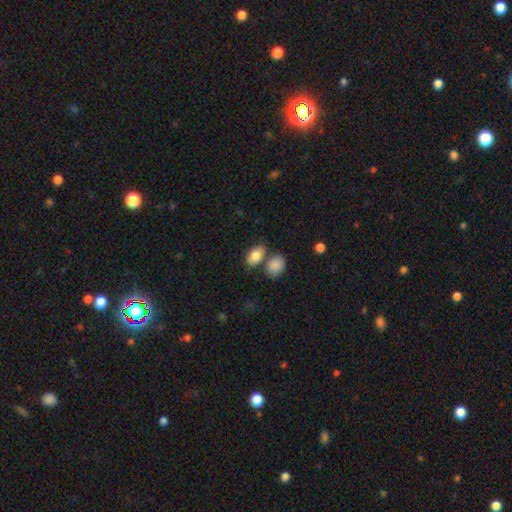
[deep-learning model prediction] smooth-or-featured: smooth: 84% | featured or disk: 8% | star or artifact: 8%
  how-rounded: in between: 87% | round: 12% | cigar-shaped: 2%
  merging: none: 58% | merger: 25% | minor disturbance: 13% | major disturbance: 4%